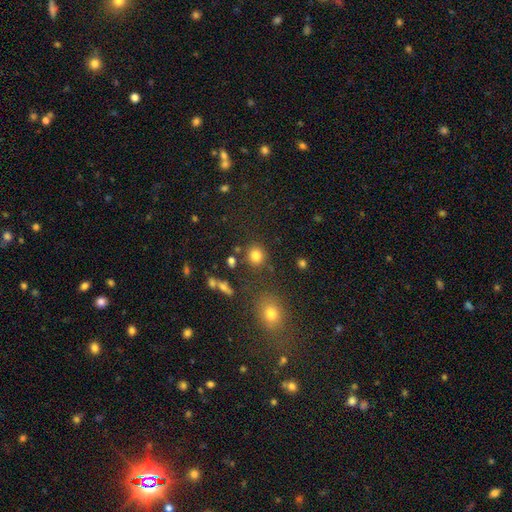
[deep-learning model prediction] smooth-or-featured: smooth: 81% | star or artifact: 12% | featured or disk: 6%
  how-rounded: round: 82% | in between: 17% | cigar-shaped: 1%
  merging: none: 79% | minor disturbance: 10% | merger: 7% | major disturbance: 4%